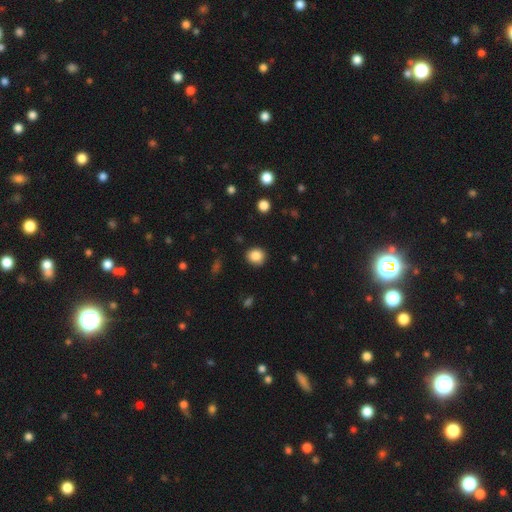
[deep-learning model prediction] Smooth or featured? Predicted: smooth (p=0.86). How rounded? Predicted: round (p=0.82). Merging? Predicted: none (p=0.88).